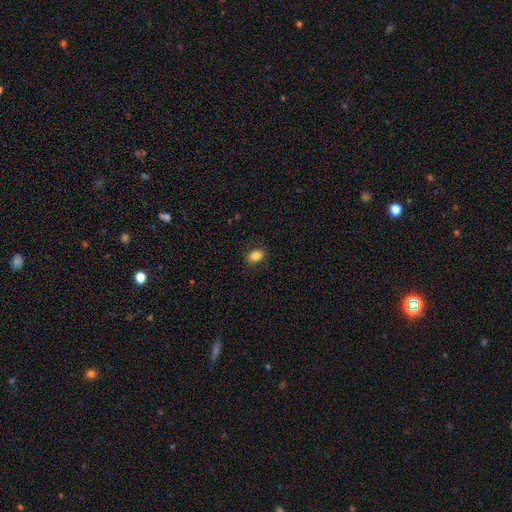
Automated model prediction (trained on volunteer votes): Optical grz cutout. It shows a smooth galaxy with no disk features (84%) that is in between round and cigar-shaped (79%). Merging: none (84%).